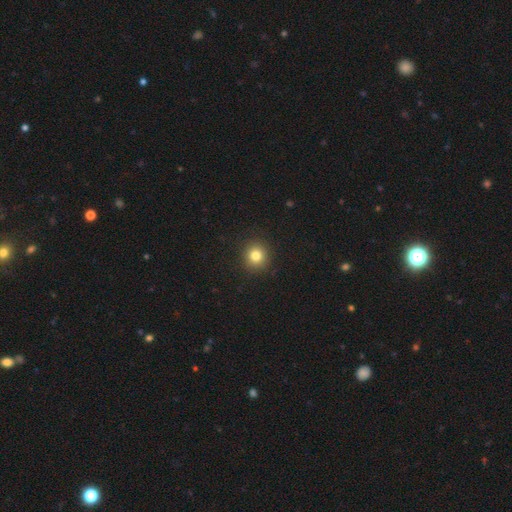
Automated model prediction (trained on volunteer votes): Smooth or featured? smooth (82%)
How rounded? round (90%)
Merging? none (91%)